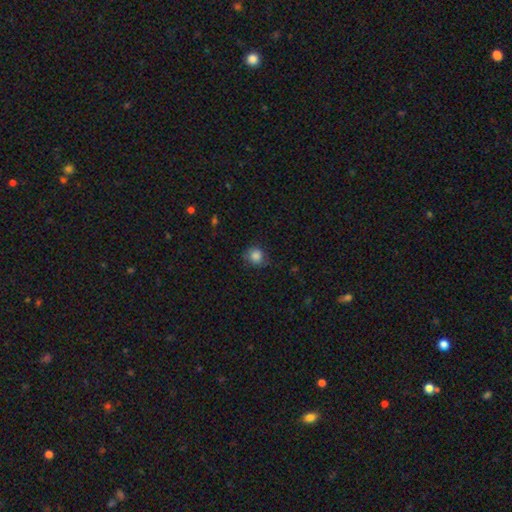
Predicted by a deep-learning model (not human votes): smooth-or-featured: smooth: 84% | star or artifact: 10% | featured or disk: 6%
  how-rounded: round: 81% | in between: 18% | cigar-shaped: 1%
  merging: none: 70% | minor disturbance: 22% | major disturbance: 6% | merger: 1%